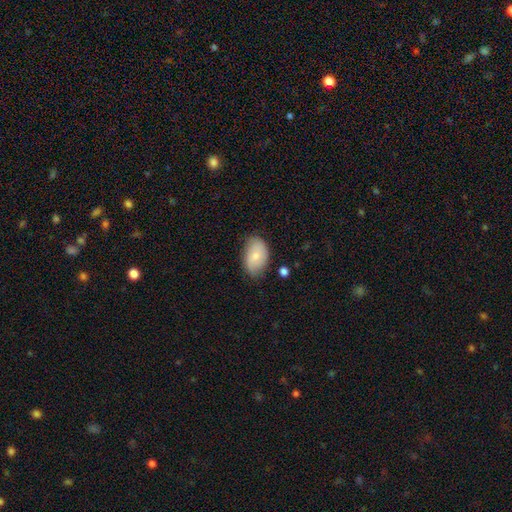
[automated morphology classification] Smooth or featured? smooth (78%)
How rounded? in between (92%)
Merging? none (74%)